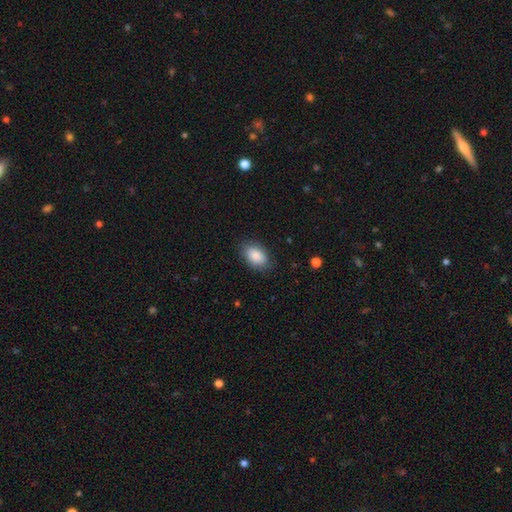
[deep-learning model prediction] Morphology: type=smooth (88%); roundness=in between (91%); merging=none (84%).